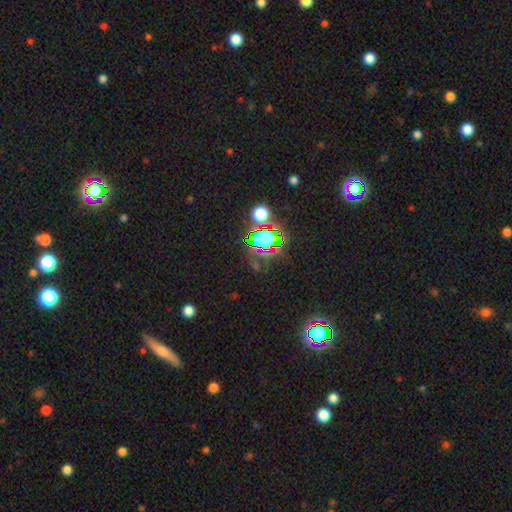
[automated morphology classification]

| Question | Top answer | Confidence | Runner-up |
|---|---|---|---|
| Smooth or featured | star or artifact | 77% | smooth (14%) |